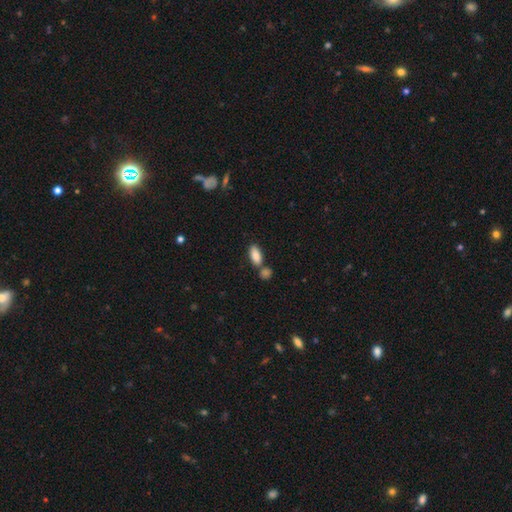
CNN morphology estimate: type=smooth (86%); roundness=in between (87%); merging=none (59%).